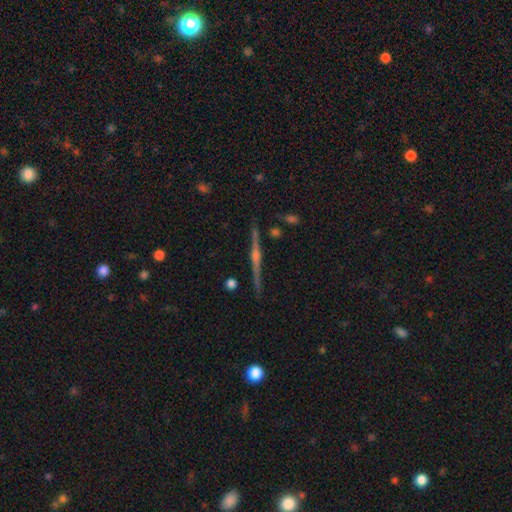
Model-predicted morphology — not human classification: Smooth or featured? Predicted: featured or disk (p=0.80). Edge-on disk? Predicted: yes (p=0.97). Edge-on bulge? Predicted: rounded (p=0.85). Merging? Predicted: none (p=0.88).